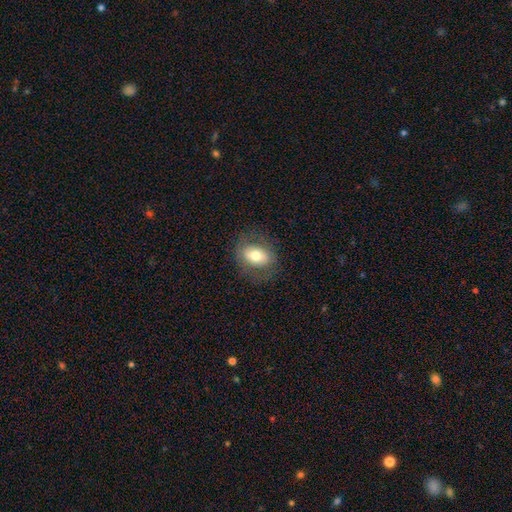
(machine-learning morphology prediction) A smooth galaxy with no disk features (65%) that is in between round and cigar-shaped (73%). Merging: none (77%).